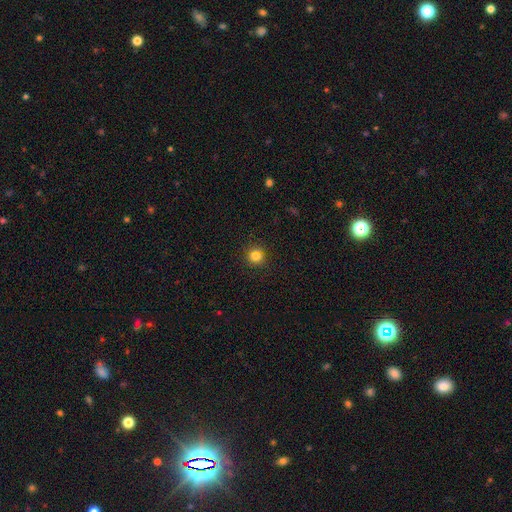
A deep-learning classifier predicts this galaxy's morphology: Smooth or featured? smooth (82%)
How rounded? round (93%)
Merging? none (91%)